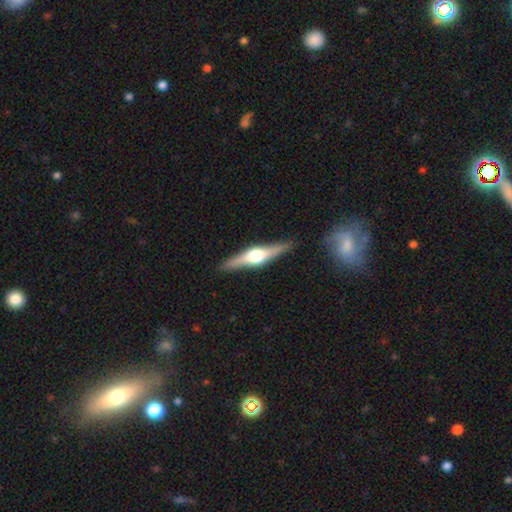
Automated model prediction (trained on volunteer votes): Overall: featured or disk (75%). Edge-on disk: yes (97%). Edge-on bulge: rounded (94%). Merging: none (89%).